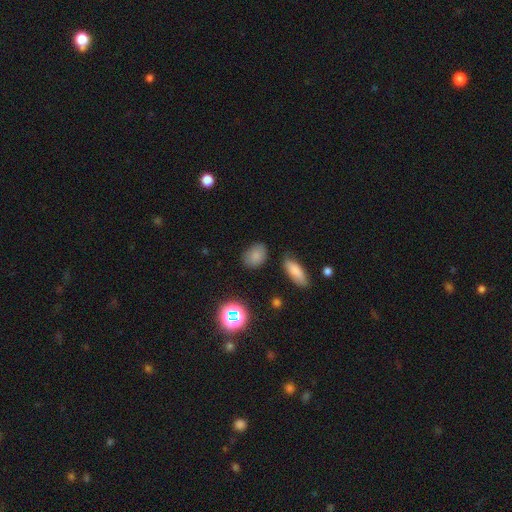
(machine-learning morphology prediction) smooth-or-featured: smooth: 80% | star or artifact: 13% | featured or disk: 7%
  how-rounded: in between: 72% | round: 26% | cigar-shaped: 2%
  merging: none: 79% | minor disturbance: 14% | major disturbance: 4% | merger: 3%